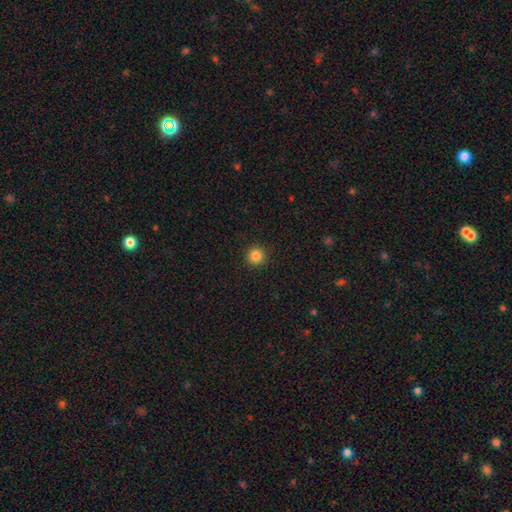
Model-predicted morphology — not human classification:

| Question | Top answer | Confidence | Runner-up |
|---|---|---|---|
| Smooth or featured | smooth | 85% | star or artifact (11%) |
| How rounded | round | 95% | in between (4%) |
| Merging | none | 92% | minor disturbance (5%) |